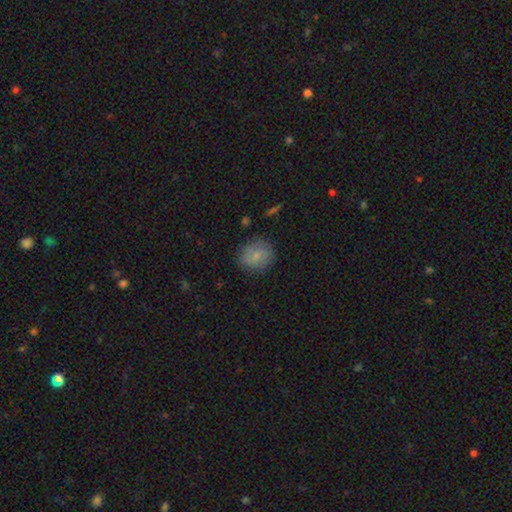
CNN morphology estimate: Q: Smooth or featured?
A: smooth (67%); runner-up: featured or disk (24%)
Q: How rounded?
A: round (69%); runner-up: in between (30%)
Q: Merging?
A: none (79%); runner-up: minor disturbance (15%)